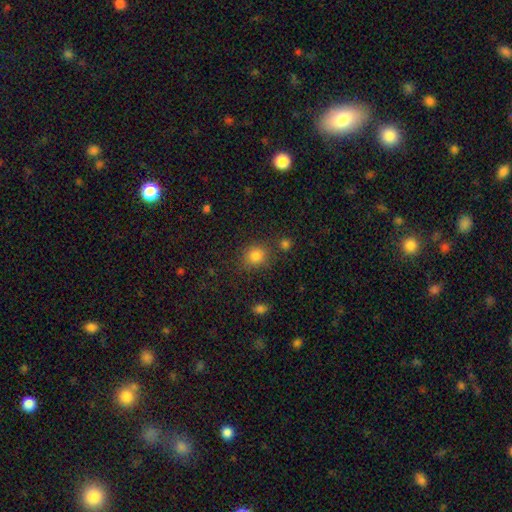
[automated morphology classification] type=smooth (84%); roundness=round (75%); merging=none (78%).